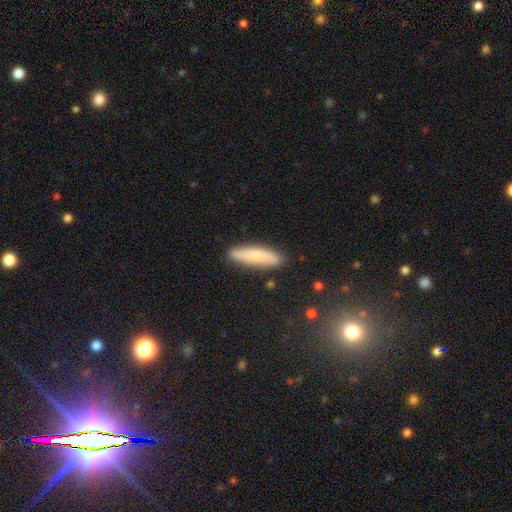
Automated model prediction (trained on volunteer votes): Smooth or featured? smooth (70%)
How rounded? cigar-shaped (73%)
Merging? none (86%)